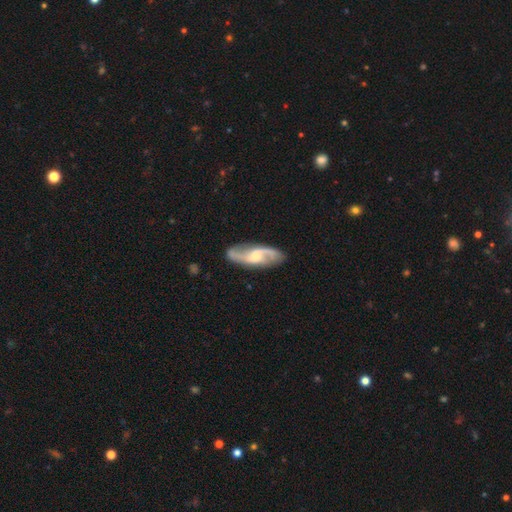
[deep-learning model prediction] Smooth or featured? featured or disk (83%)
Edge-on disk? no (92%)
Bar? weak (49%)
Spiral arms? yes (96%)
Spiral winding? loose (51%)
Spiral arm count? 2 (91%)
Bulge size? moderate (51%)
Merging? none (82%)